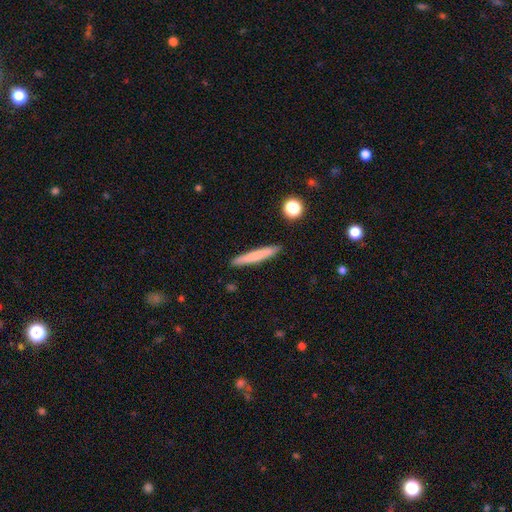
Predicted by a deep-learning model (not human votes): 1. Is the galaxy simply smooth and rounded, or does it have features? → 69% smooth, 24% featured or disk, 7% star or artifact.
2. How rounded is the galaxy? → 95% cigar-shaped, 4% in between, 1% round.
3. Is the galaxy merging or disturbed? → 90% none, 7% minor disturbance, 1% major disturbance, 1% merger.